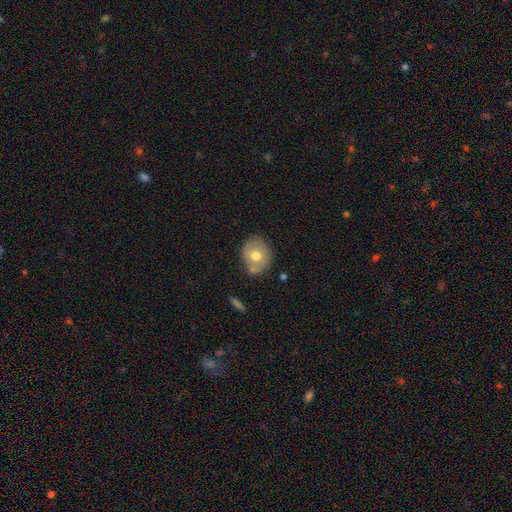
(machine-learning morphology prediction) A smooth galaxy with no disk features (61%) that is round (63%).

Vote fractions:
- Smooth or featured? smooth: 61% / featured or disk: 31% / star or artifact: 7%
- How rounded? round: 63% / in between: 36% / cigar-shaped: 1%
- Merging? none: 64% / minor disturbance: 19% / merger: 12% / major disturbance: 5%